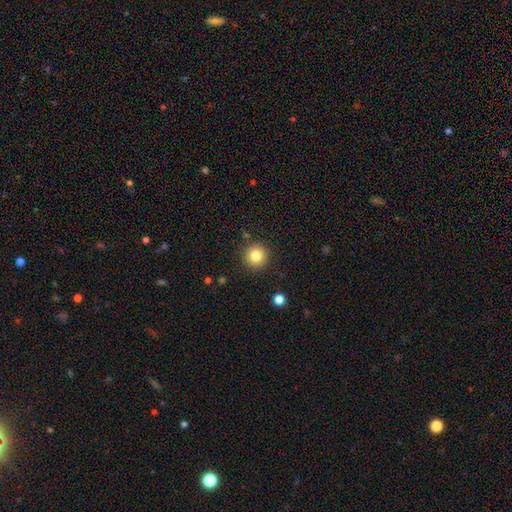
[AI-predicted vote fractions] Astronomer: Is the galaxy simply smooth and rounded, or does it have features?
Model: smooth — 81%.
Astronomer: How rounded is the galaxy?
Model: round — 95%.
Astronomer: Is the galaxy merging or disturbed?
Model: none — 90%.